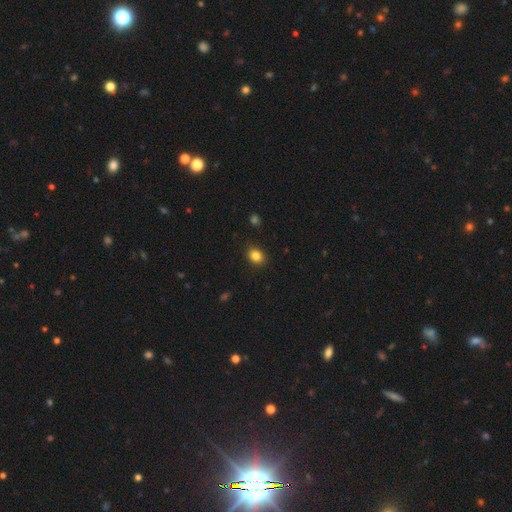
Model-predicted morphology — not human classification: smooth 85%, star or artifact 11%, featured or disk 5%. Down the decision tree: how rounded — in between (52%); merging — none (88%).